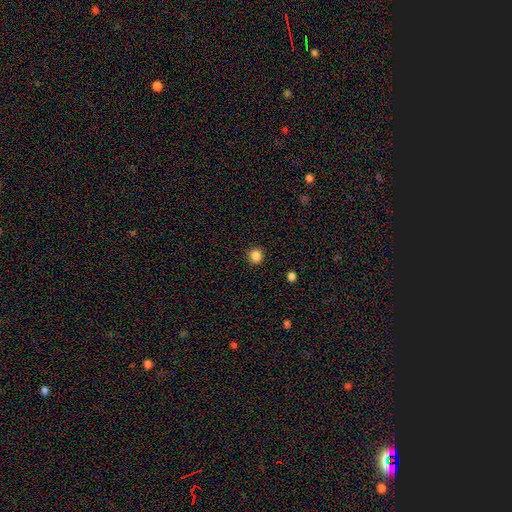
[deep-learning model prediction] This appears to be a smooth galaxy with no disk features (86%) that is round (88%). Merging: none (90%).